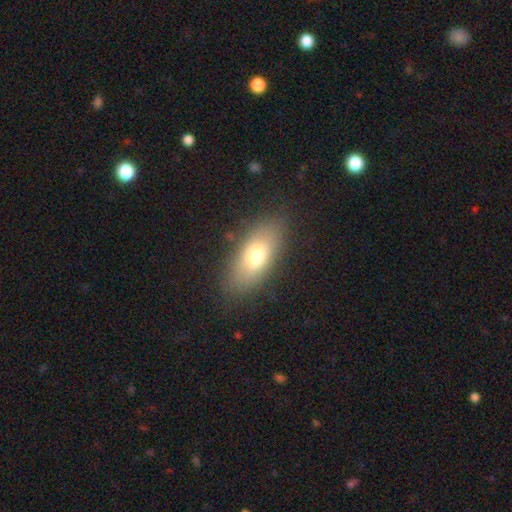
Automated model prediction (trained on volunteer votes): The model was most divided on "smooth or featured": smooth: 70%, featured or disk: 21%, star or artifact: 9%. More confident: merging — none (83%); how rounded — in between (82%).